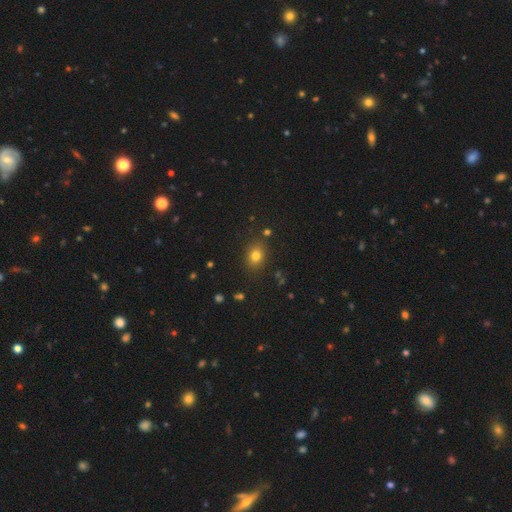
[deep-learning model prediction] Smooth or featured? smooth (77%)
How rounded? in between (54%)
Merging? none (84%)